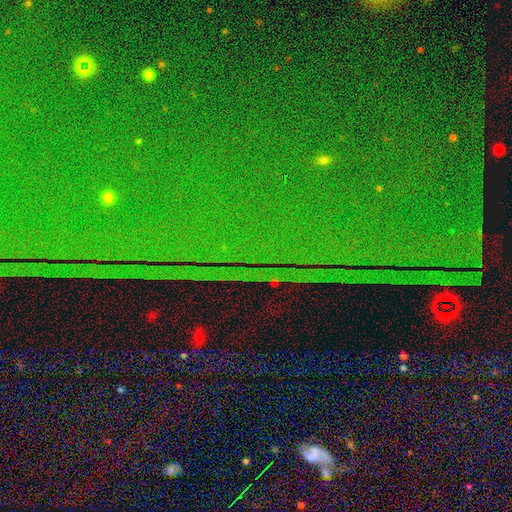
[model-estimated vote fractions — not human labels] Smooth or featured? star or artifact (87%)